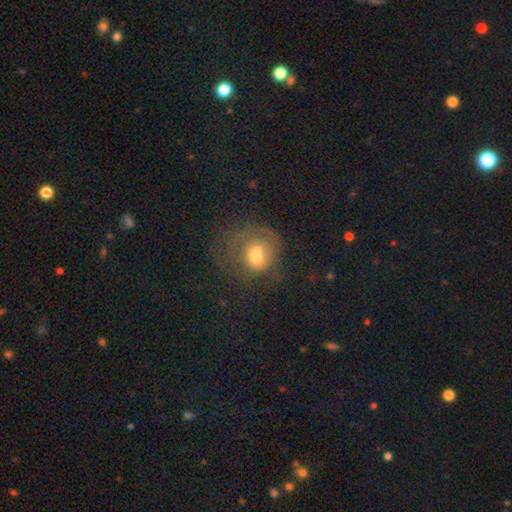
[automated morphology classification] smooth 52%, featured or disk 37%, star or artifact 12%. Down the decision tree: how rounded — round (69%); merging — merger (30%).